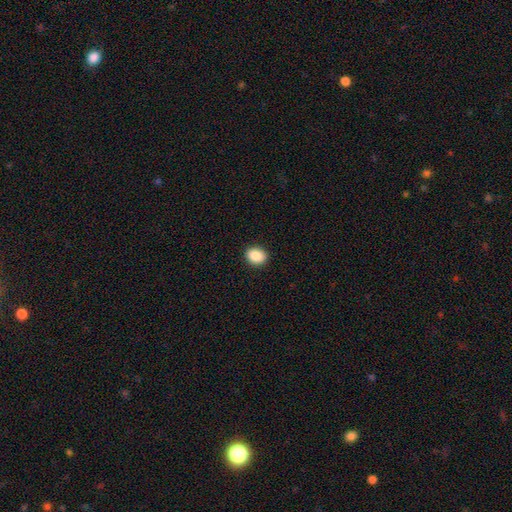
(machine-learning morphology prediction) Smooth or featured? smooth (88%)
How rounded? round (50%)
Merging? none (91%)